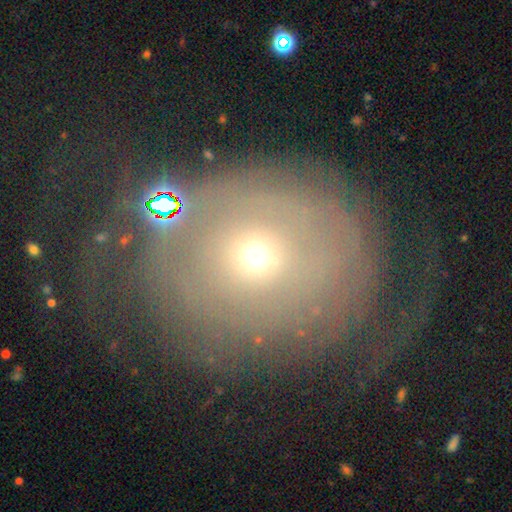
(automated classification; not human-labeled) Smooth or featured? smooth (51%)
How rounded? round (71%)
Merging? none (58%)